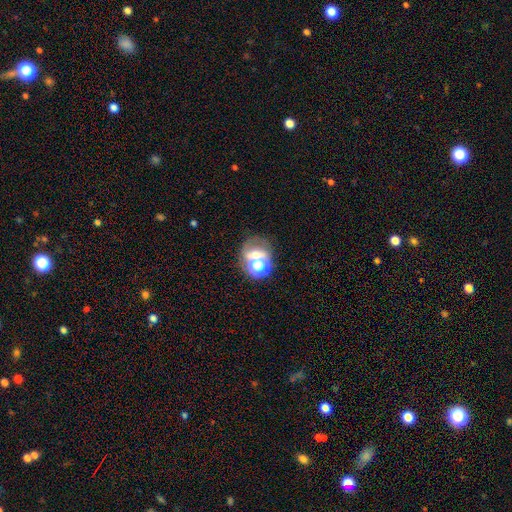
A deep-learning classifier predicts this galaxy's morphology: Overall: smooth (43%; featured or disk 29%). Merging: merger (37%, tied with none).